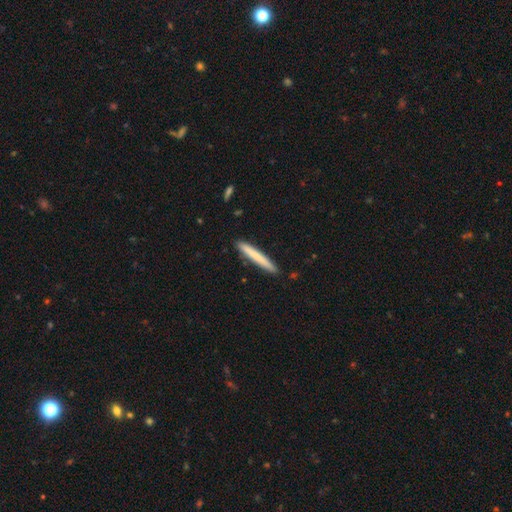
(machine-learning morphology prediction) smooth_or_featured: smooth (p=0.74) [alt: featured or disk p=0.20]
how_rounded: cigar-shaped (p=0.96) [alt: in between p=0.03]
merging: none (p=0.90) [alt: minor disturbance p=0.07]